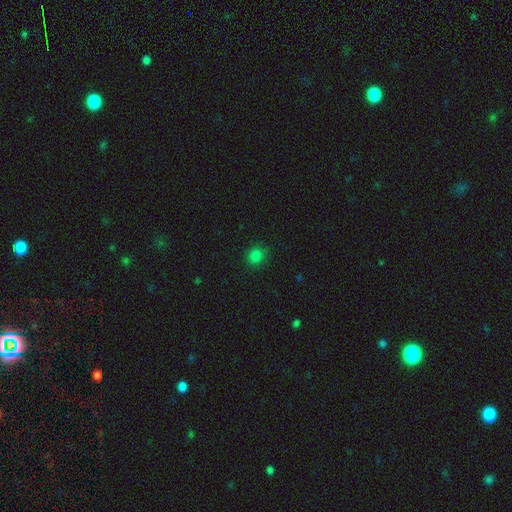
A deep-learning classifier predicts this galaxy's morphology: Smooth or featured? smooth (82%)
How rounded? round (85%)
Merging? none (89%)